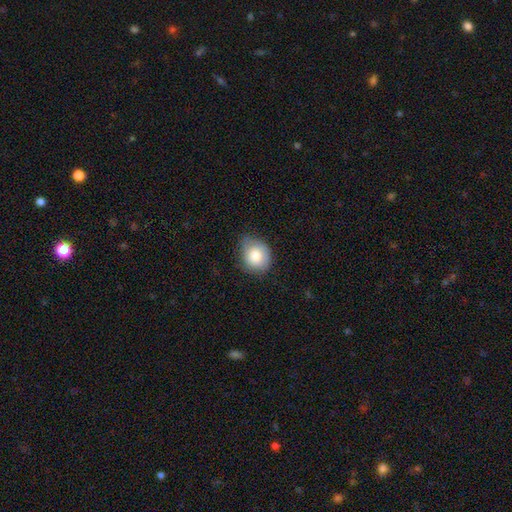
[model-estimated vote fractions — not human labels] Morphology: type=smooth (79%); roundness=round (59%); merging=none (59%).